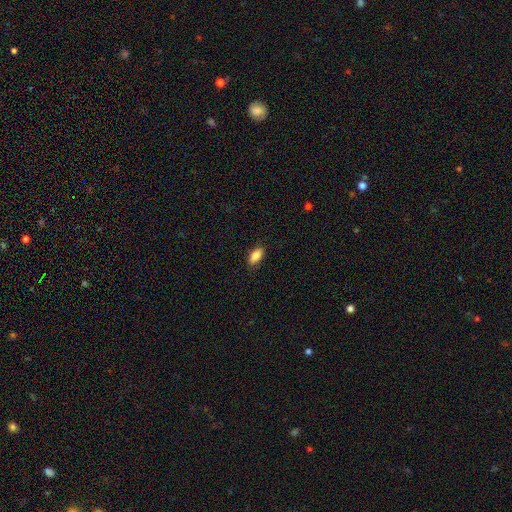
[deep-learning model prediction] This appears to be a smooth galaxy with no disk features (87%) that is in between round and cigar-shaped (90%). Merging: none (86%).